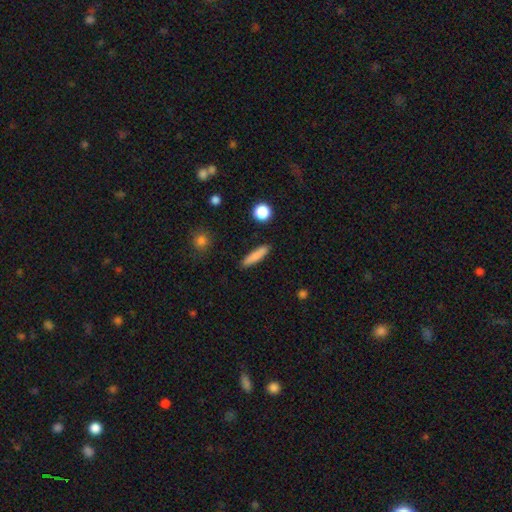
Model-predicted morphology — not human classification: type=smooth (82%); roundness=cigar-shaped (83%); merging=none (89%).